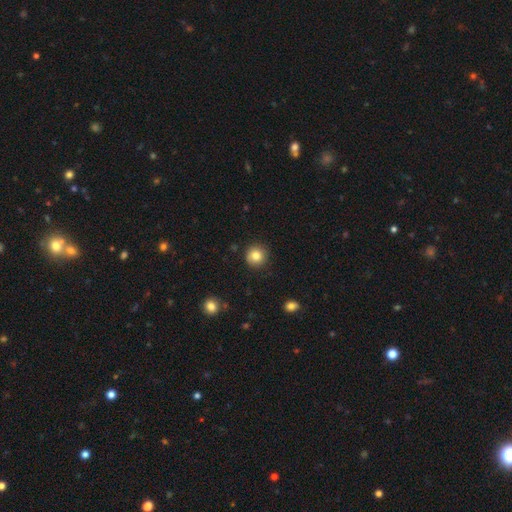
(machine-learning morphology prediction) This is clearly a smooth galaxy (83%). How rounded: clearly round (93%). Merging: clearly none (89%).